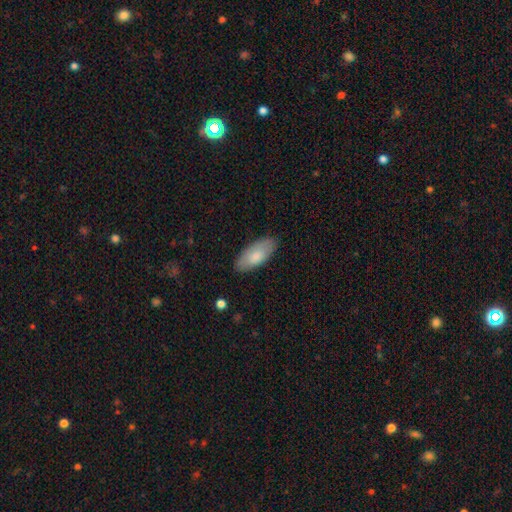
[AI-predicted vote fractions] This is likely a smooth galaxy (79%). How rounded: clearly in between (85%). Merging: clearly none (83%).